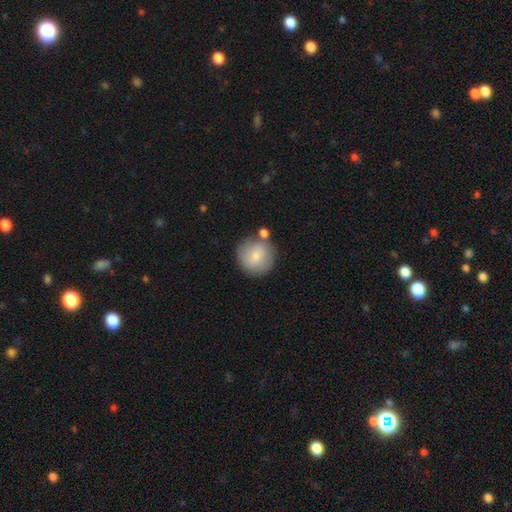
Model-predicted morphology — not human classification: A smooth galaxy with no disk features (76%) that is round (93%).

Vote fractions:
- Smooth or featured? smooth: 76% / featured or disk: 17% / star or artifact: 7%
- How rounded? round: 93% / in between: 6% / cigar-shaped: 1%
- Merging? none: 65% / merger: 16% / minor disturbance: 14% / major disturbance: 4%